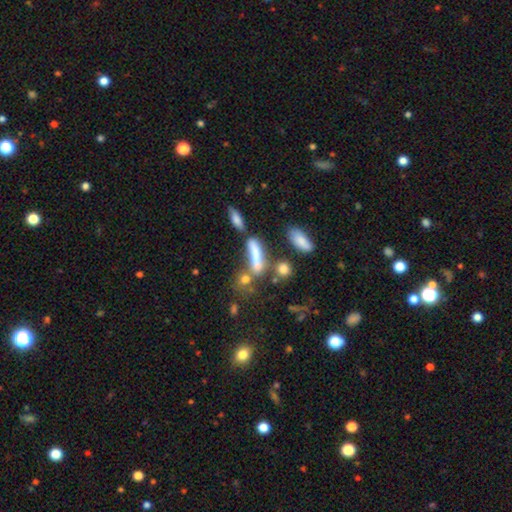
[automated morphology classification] This appears to be a smooth galaxy with no disk features (63%) that is cigar-shaped (66%). Merging: none (39%).